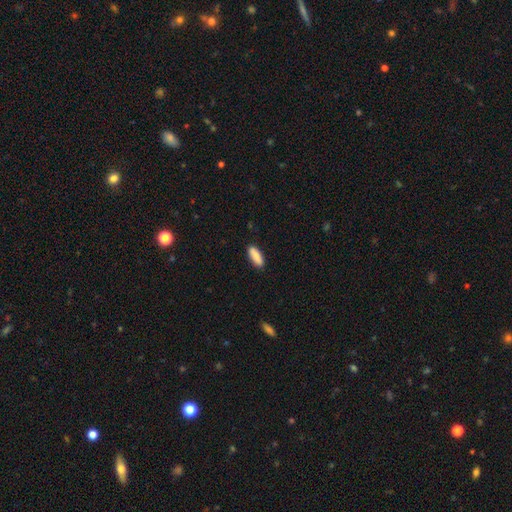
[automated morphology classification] Smooth or featured: smooth — 88% (featured or disk — 6%)
How rounded: in between — 62% (cigar-shaped — 36%)
Merging: none — 87% (minor disturbance — 9%)